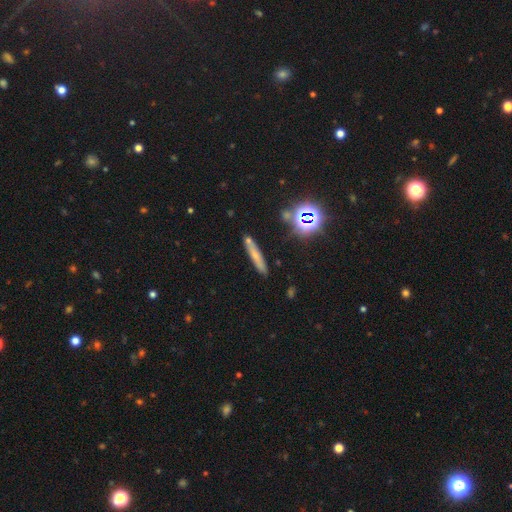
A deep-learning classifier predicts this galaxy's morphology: smooth 59%, featured or disk 27%, star or artifact 15%. Down the decision tree: how rounded — cigar-shaped (89%); merging — none (80%).